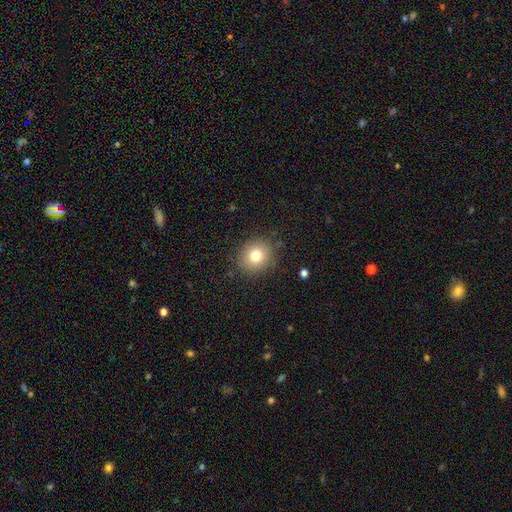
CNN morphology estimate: Smooth or featured? Predicted: smooth (p=0.78). How rounded? Predicted: round (p=0.84). Merging? Predicted: none (p=0.86).